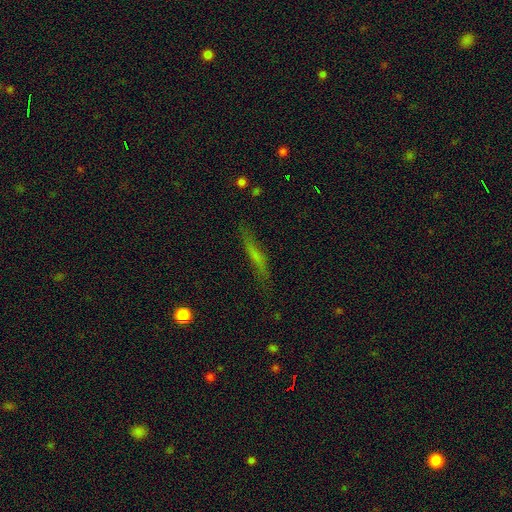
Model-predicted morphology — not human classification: Smooth or featured?
  - smooth: 45% *
  - featured or disk: 42%
  - star or artifact: 12%
Merging?
  - none: 75% *
  - minor disturbance: 17%
  - major disturbance: 6%
  - merger: 2%